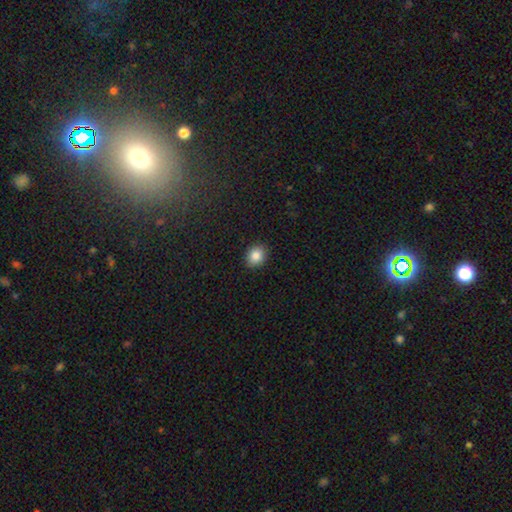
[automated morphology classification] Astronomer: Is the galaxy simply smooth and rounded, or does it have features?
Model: smooth — 85%.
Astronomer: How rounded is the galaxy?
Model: round — 57% (runner-up: in between, 43%).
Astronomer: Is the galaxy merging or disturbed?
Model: none — 90%.